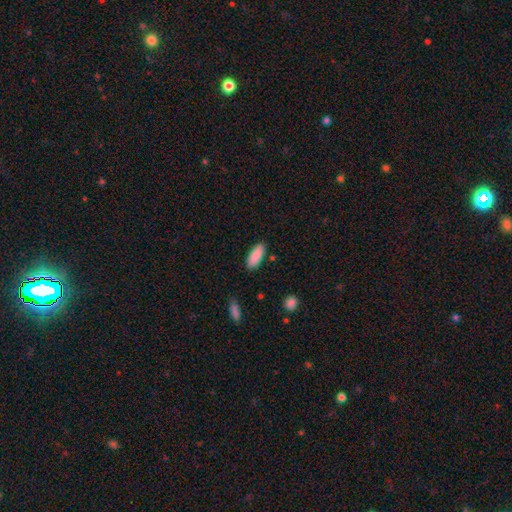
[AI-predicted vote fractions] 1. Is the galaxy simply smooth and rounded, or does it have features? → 89% smooth, 6% star or artifact, 4% featured or disk.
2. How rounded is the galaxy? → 77% in between, 21% cigar-shaped, 2% round.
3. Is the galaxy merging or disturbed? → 86% none, 10% minor disturbance, 2% major disturbance, 2% merger.